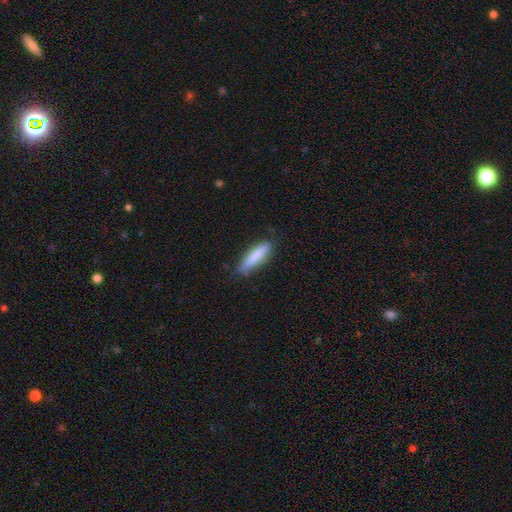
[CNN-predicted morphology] Smooth or featured? Predicted: smooth (p=0.80). How rounded? Predicted: cigar-shaped (p=0.75). Merging? Predicted: none (p=0.76).